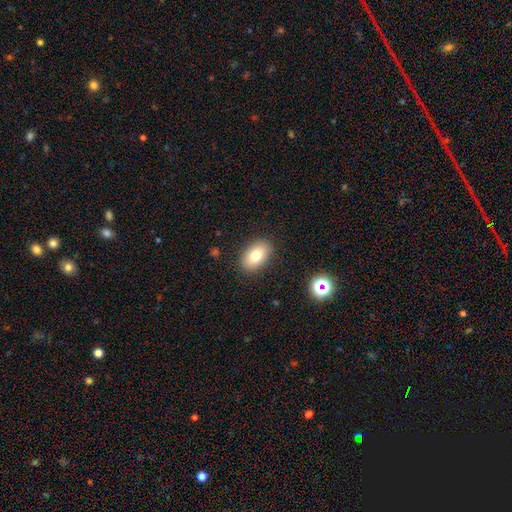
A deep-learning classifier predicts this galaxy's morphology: type=smooth (77%); roundness=in between (90%); merging=none (87%).